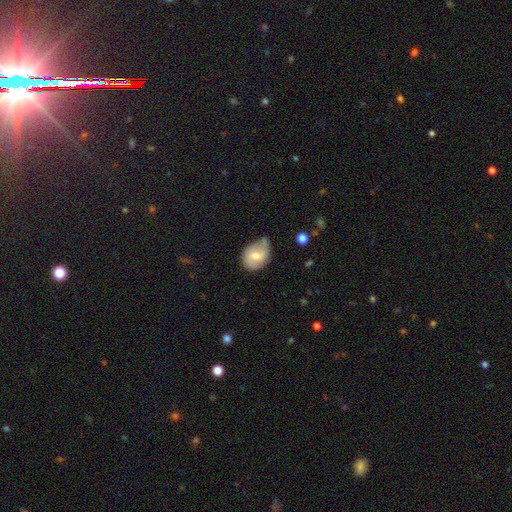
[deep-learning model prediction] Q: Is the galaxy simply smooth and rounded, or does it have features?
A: smooth — 59%.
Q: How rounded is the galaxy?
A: in between — 61%.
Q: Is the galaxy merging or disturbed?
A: none — 46%.